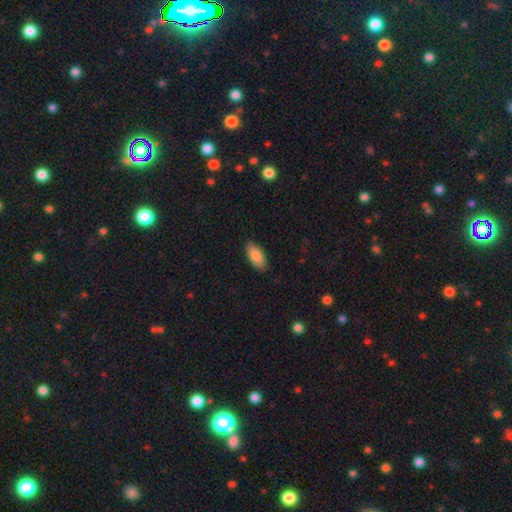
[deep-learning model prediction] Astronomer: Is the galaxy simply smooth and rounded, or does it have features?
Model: smooth — 86%.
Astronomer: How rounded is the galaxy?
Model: in between — 90%.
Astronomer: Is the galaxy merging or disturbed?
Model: none — 85%.